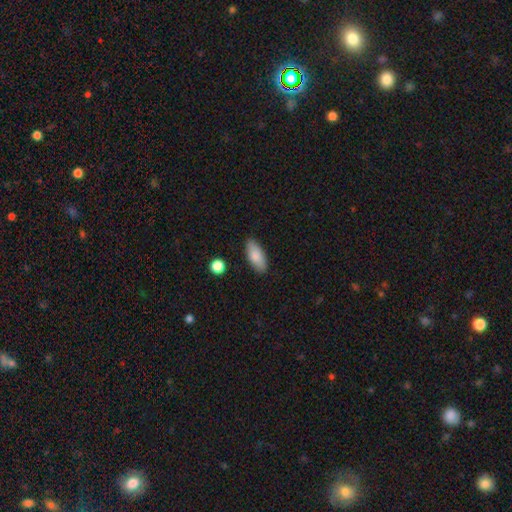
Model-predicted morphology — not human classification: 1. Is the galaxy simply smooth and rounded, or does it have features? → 83% smooth, 10% featured or disk, 7% star or artifact.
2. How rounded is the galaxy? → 83% in between, 15% cigar-shaped, 2% round.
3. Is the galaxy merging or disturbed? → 86% none, 10% minor disturbance, 2% major disturbance, 2% merger.